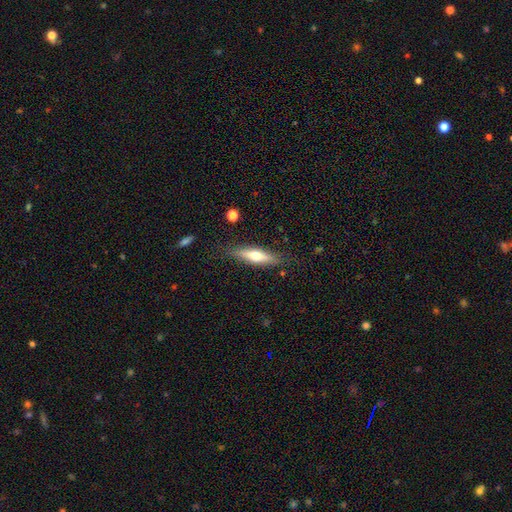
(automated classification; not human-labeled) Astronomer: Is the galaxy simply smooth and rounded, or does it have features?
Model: smooth — 52% (runner-up: featured or disk, 42%).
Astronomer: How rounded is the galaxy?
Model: cigar-shaped — 68%.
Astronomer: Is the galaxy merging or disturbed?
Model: none — 83%.